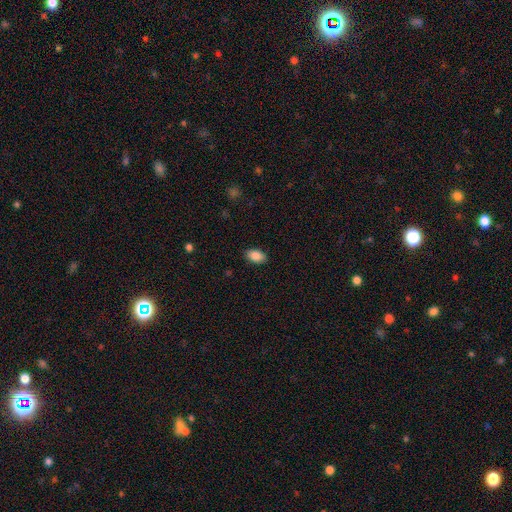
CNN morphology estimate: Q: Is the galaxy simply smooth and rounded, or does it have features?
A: smooth — 88%.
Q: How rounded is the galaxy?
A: in between — 91%.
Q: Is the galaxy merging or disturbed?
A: none — 88%.